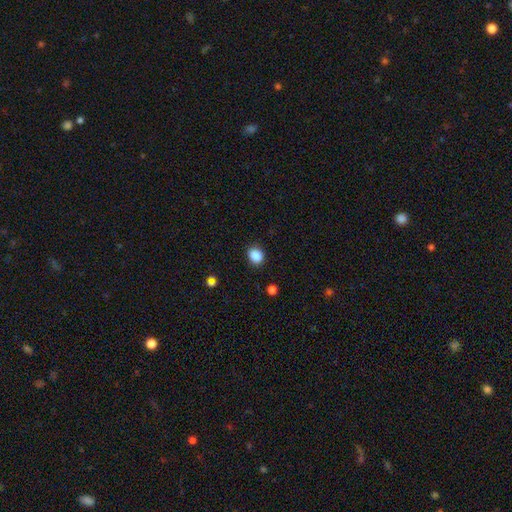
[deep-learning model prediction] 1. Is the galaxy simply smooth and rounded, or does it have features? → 88% smooth, 9% star or artifact, 3% featured or disk.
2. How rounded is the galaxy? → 50% round, 49% in between, 1% cigar-shaped.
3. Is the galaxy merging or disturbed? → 87% none, 10% minor disturbance, 2% major disturbance, 1% merger.